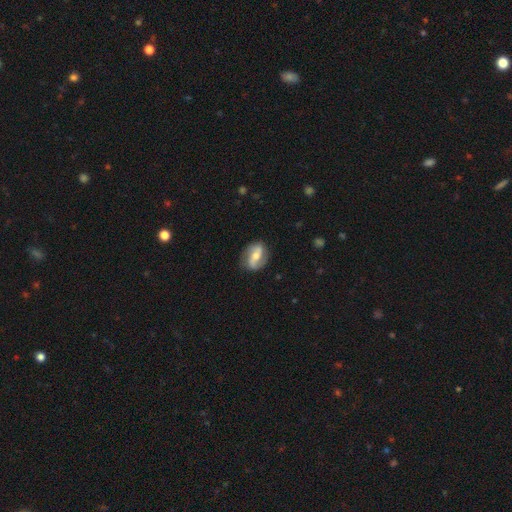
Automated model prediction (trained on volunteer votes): smooth_or_featured: featured or disk (p=0.71) [alt: smooth p=0.23]
disk_edge_on: no (p=0.95) [alt: yes p=0.05]
bar: strong (p=0.41) [alt: weak p=0.33]
has_spiral_arms: yes (p=0.86) [alt: no p=0.14]
spiral_winding: loose (p=0.44) [alt: medium p=0.36]
spiral_arm_count: 2 (p=0.88) [alt: can't tell p=0.06]
bulge_size: moderate (p=0.60) [alt: small p=0.34]
merging: none (p=0.81) [alt: minor disturbance p=0.13]